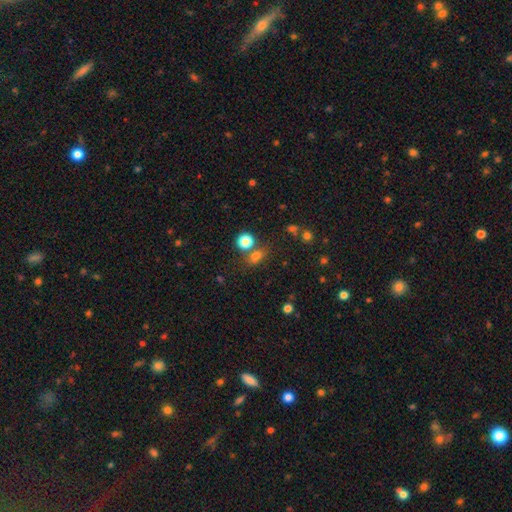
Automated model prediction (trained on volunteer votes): Smooth or featured? Predicted: smooth (p=0.71). How rounded? Predicted: in between (p=0.57). Merging? Predicted: none (p=0.61).